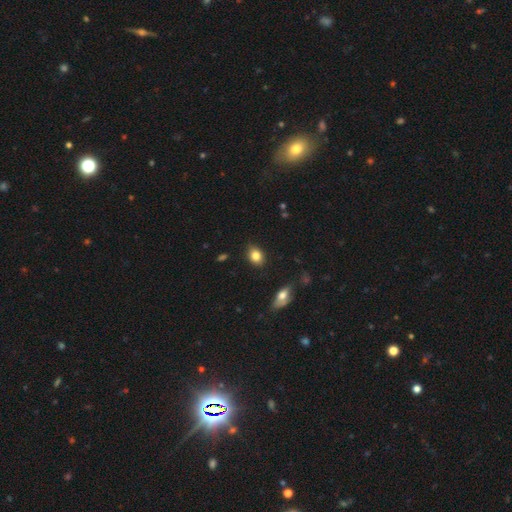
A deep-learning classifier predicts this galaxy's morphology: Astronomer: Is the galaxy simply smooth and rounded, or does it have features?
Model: smooth — 83%.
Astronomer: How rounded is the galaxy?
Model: in between — 70%.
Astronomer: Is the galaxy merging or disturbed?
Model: none — 85%.